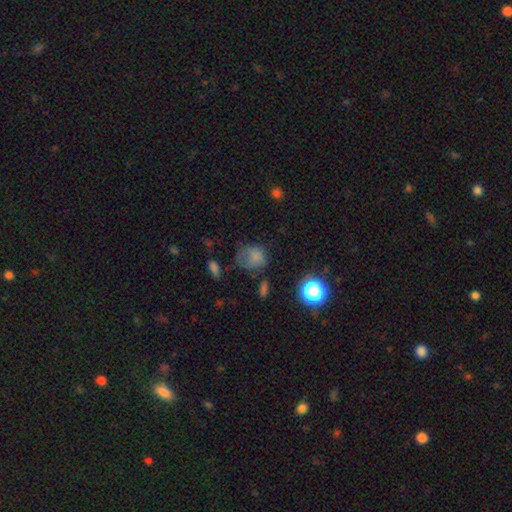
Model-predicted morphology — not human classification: A smooth galaxy with no disk features (70%) that is round (64%).

Vote fractions:
- Smooth or featured? smooth: 70% / star or artifact: 17% / featured or disk: 13%
- How rounded? round: 64% / in between: 34% / cigar-shaped: 1%
- Merging? none: 42% / minor disturbance: 29% / major disturbance: 24% / merger: 5%